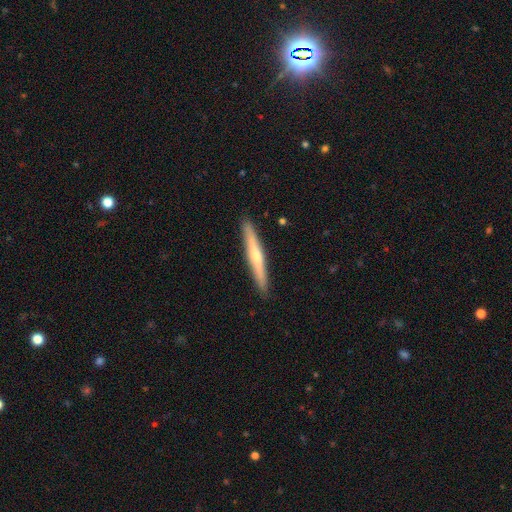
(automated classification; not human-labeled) Smooth or featured?
  - featured or disk: 51% *
  - smooth: 44%
  - star or artifact: 5%
Edge-on disk?
  - yes: 97% *
  - no: 3%
Merging?
  - none: 92% *
  - minor disturbance: 6%
  - major disturbance: 1%
  - merger: 1%